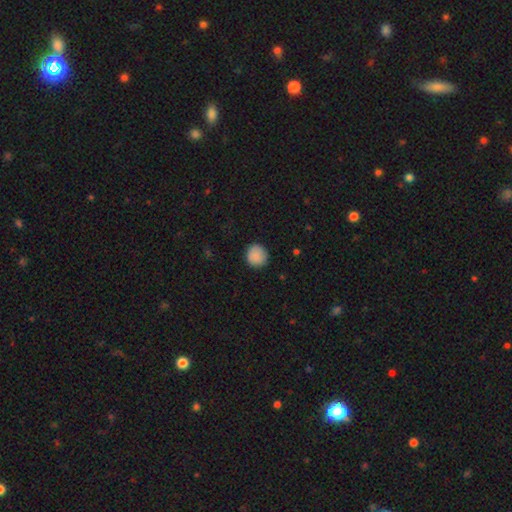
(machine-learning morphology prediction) Smooth or featured? Predicted: smooth (p=0.89). How rounded? Predicted: round (p=0.92). Merging? Predicted: none (p=0.88).